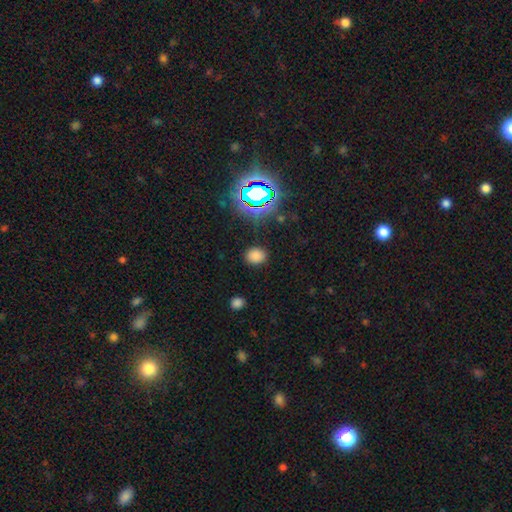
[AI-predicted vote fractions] A smooth galaxy with no disk features (75%) that is in between round and cigar-shaped (52%).

Vote fractions:
- Smooth or featured? smooth: 75% / star or artifact: 19% / featured or disk: 5%
- How rounded? in between: 52% / round: 47% / cigar-shaped: 1%
- Merging? none: 85% / minor disturbance: 10% / major disturbance: 3% / merger: 2%